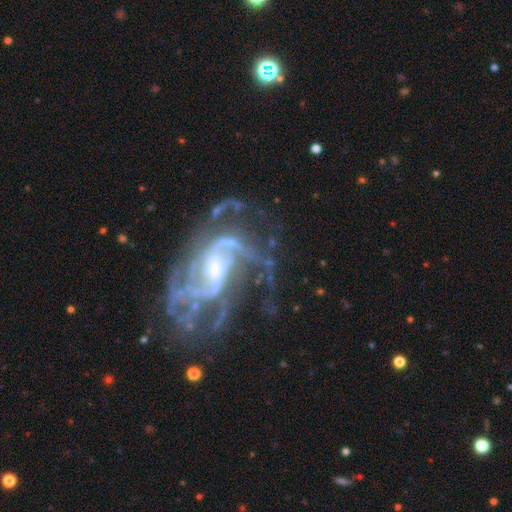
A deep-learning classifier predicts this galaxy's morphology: Smooth or featured? featured or disk (87%)
Edge-on disk? no (97%)
Bar? weak (46%)
Spiral arms? yes (95%)
Spiral winding? medium (47%)
Spiral arm count? can't tell (27%)
Bulge size? small (51%)
Merging? none (50%)